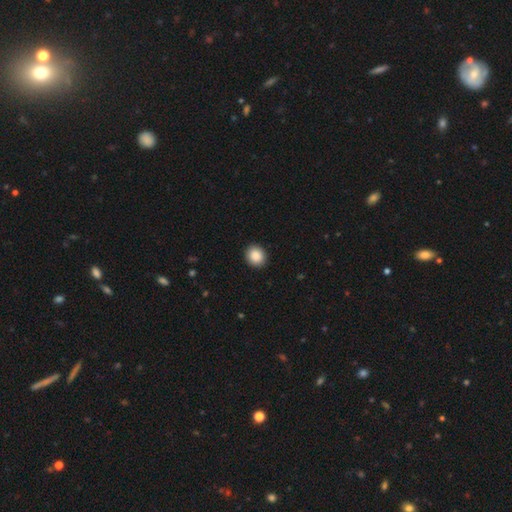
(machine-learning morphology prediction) smooth_or_featured: smooth (p=0.89) [alt: star or artifact p=0.08]
how_rounded: round (p=0.81) [alt: in between p=0.18]
merging: none (p=0.92) [alt: minor disturbance p=0.06]